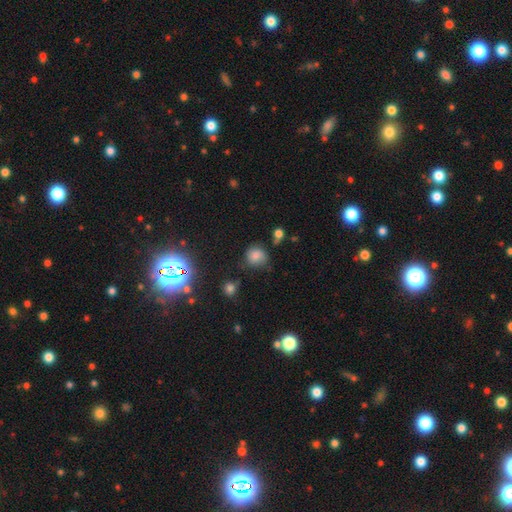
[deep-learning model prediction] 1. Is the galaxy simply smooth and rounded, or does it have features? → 67% smooth, 17% star or artifact, 16% featured or disk.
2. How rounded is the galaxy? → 81% round, 18% in between, 1% cigar-shaped.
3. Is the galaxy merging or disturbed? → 60% none, 26% minor disturbance, 9% major disturbance, 5% merger.